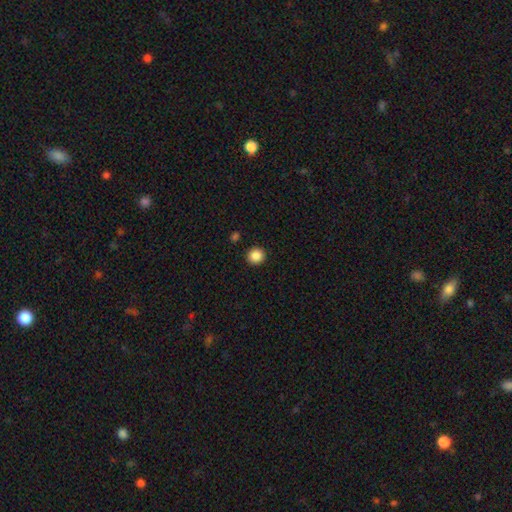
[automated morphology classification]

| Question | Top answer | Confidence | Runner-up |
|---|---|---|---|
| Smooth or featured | smooth | 87% | star or artifact (10%) |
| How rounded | round | 90% | in between (9%) |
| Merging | none | 92% | minor disturbance (5%) |